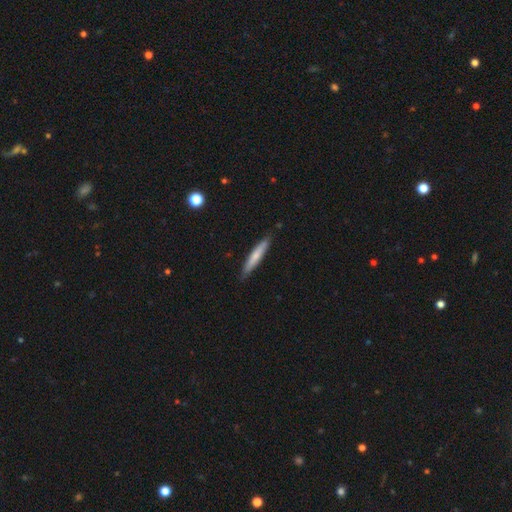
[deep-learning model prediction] smooth_or_featured: smooth (p=0.66) [alt: featured or disk p=0.28]
how_rounded: cigar-shaped (p=0.92) [alt: in between p=0.07]
merging: none (p=0.85) [alt: minor disturbance p=0.12]